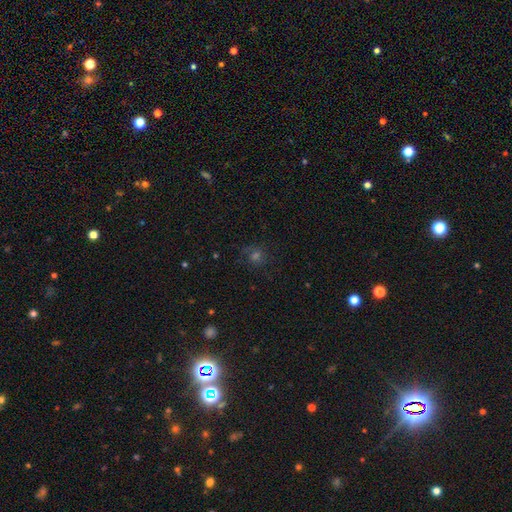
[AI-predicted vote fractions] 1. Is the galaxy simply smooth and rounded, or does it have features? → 40% smooth, 33% star or artifact, 27% featured or disk.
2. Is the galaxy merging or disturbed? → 71% none, 15% minor disturbance, 12% major disturbance, 2% merger.